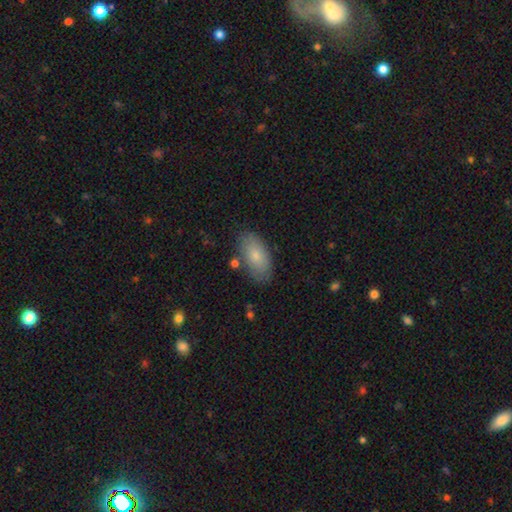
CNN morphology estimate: Q: Smooth or featured?
A: smooth (78%); runner-up: featured or disk (16%)
Q: How rounded?
A: in between (93%); runner-up: cigar-shaped (4%)
Q: Merging?
A: none (78%); runner-up: minor disturbance (15%)